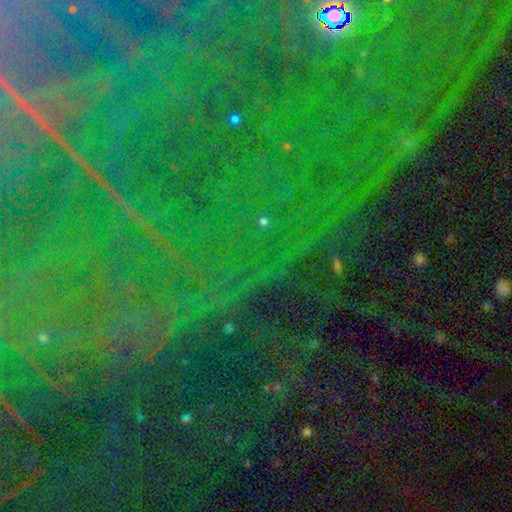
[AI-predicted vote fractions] Smooth or featured? Predicted: star or artifact (p=0.86).